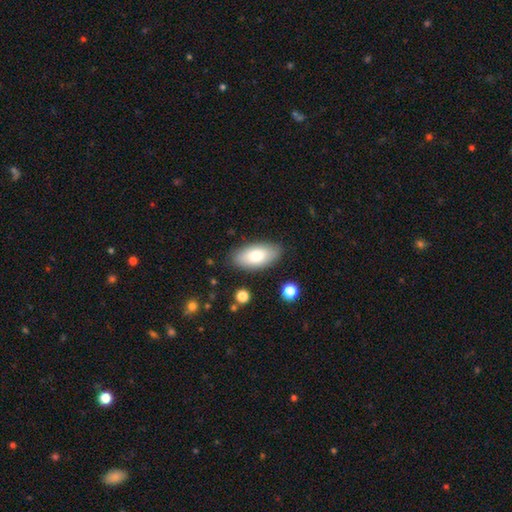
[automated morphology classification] Smooth or featured?
  - smooth: 75% *
  - featured or disk: 18%
  - star or artifact: 6%
How rounded?
  - in between: 92% *
  - cigar-shaped: 5%
  - round: 3%
Merging?
  - none: 84% *
  - minor disturbance: 11%
  - major disturbance: 3%
  - merger: 2%